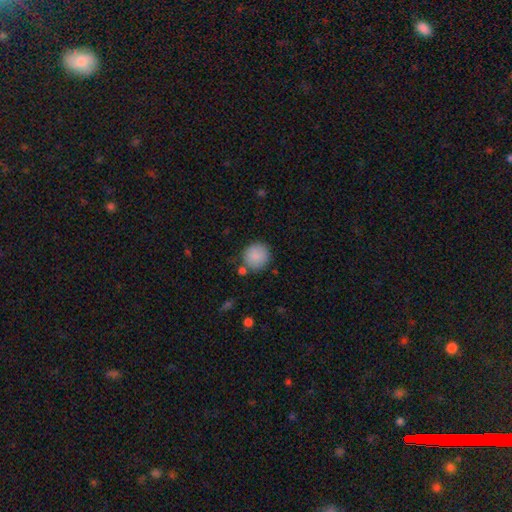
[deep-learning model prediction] Morphology: type=smooth (88%); roundness=round (91%); merging=none (78%).